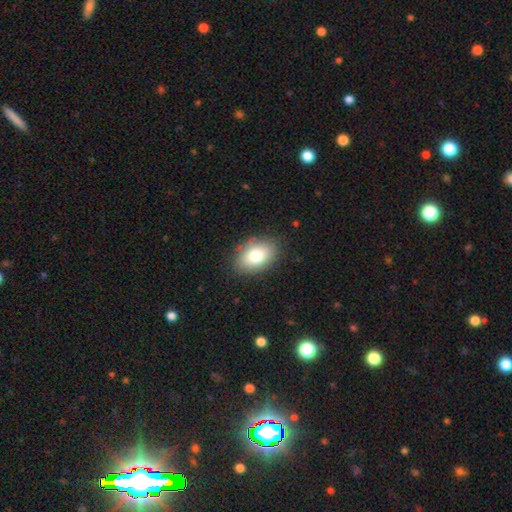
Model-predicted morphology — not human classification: type=smooth (78%); roundness=in between (84%); merging=none (83%).